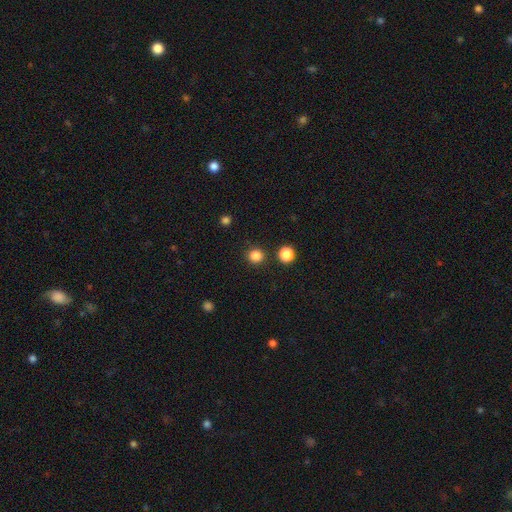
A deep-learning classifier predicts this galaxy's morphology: Smooth or featured? smooth (84%)
How rounded? round (92%)
Merging? none (88%)